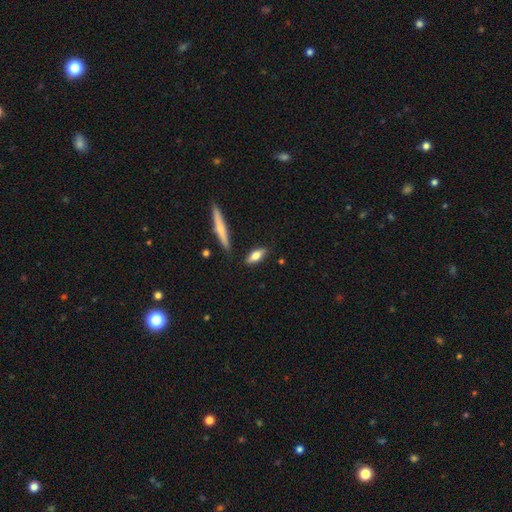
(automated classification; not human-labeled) A smooth galaxy with no disk features (71%) that is in between round and cigar-shaped (67%). Merging: none (84%).